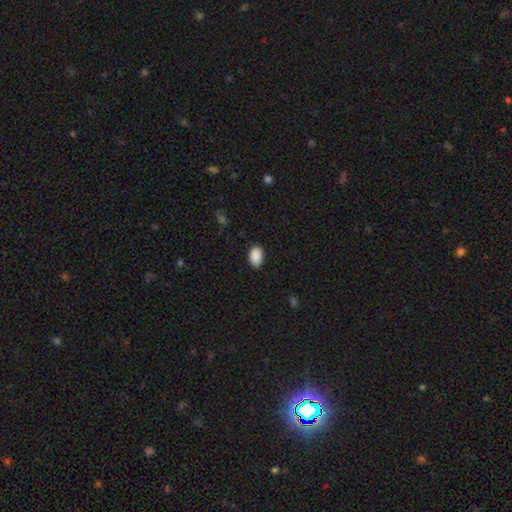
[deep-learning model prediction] The model was most divided on "merging": none: 86%, minor disturbance: 11%, major disturbance: 2%, merger: 1%. More confident: how rounded — in between (91%); smooth or featured — smooth (90%).